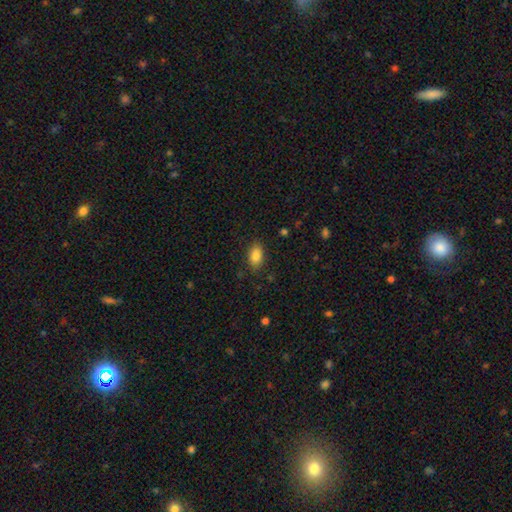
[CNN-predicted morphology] Smooth or featured? Predicted: smooth (p=0.85). How rounded? Predicted: in between (p=0.90). Merging? Predicted: none (p=0.86).